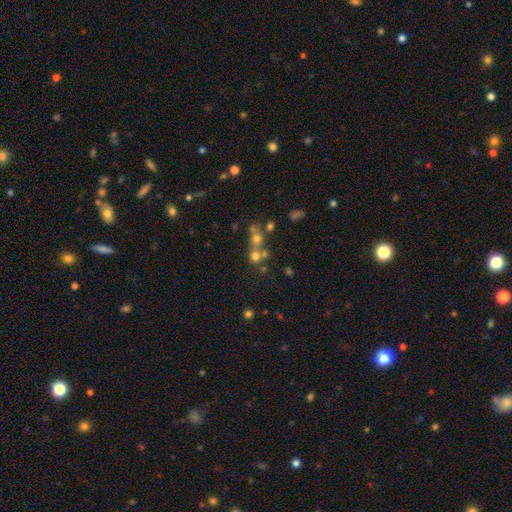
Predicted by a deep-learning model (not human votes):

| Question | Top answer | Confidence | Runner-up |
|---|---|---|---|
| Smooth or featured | smooth | 62% | star or artifact (21%) |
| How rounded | round | 85% | in between (13%) |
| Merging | merger | 45% | none (44%) |